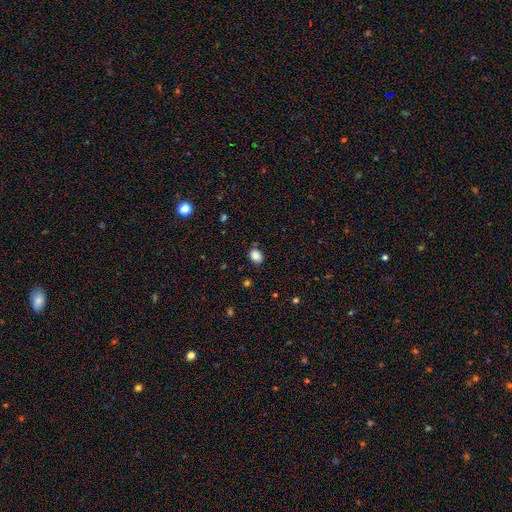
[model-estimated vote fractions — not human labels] smooth_or_featured: smooth (p=0.86) [alt: star or artifact p=0.10]
how_rounded: in between (p=0.63) [alt: round p=0.36]
merging: none (p=0.83) [alt: minor disturbance p=0.12]